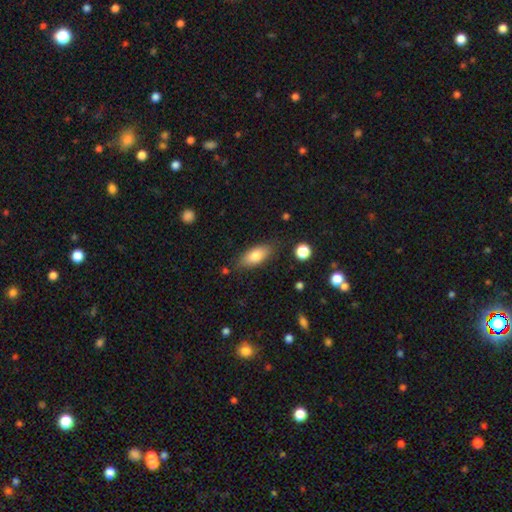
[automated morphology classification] Overall: smooth (77%). How rounded: in between (82%). Merging: none (80%).